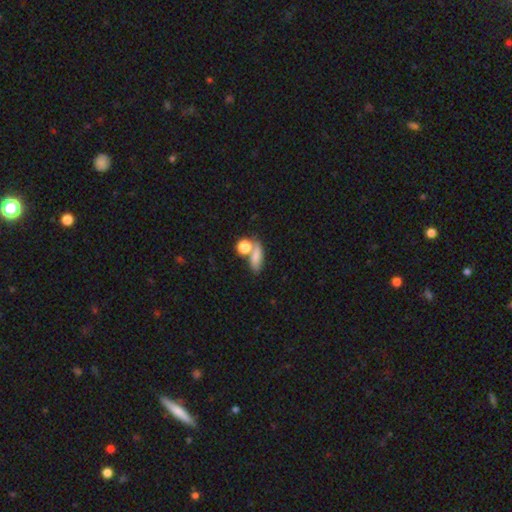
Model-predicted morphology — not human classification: This is likely a smooth galaxy (75%). How rounded: possibly in between (58%). Merging: possibly none (46%).